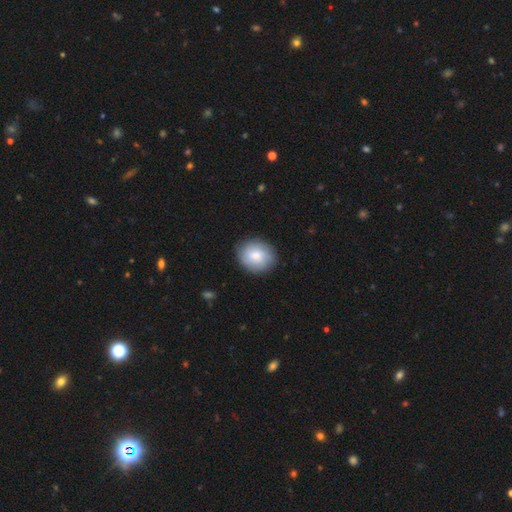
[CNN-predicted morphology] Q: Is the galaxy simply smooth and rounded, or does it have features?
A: smooth — 78%.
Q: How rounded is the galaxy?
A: round — 69%.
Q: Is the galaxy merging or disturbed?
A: none — 87%.